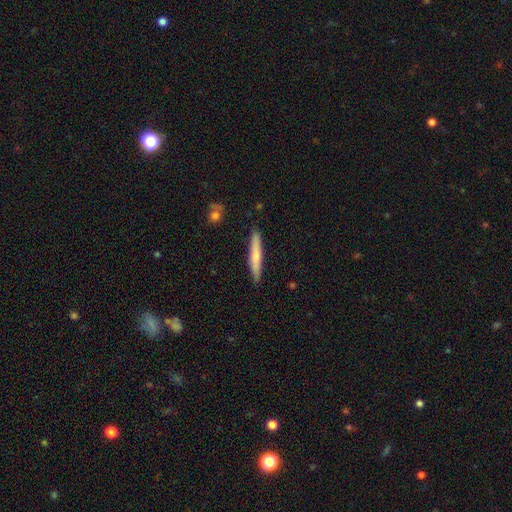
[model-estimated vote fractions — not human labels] This is likely a smooth galaxy (63%). How rounded: clearly cigar-shaped (94%). Merging: clearly none (88%).